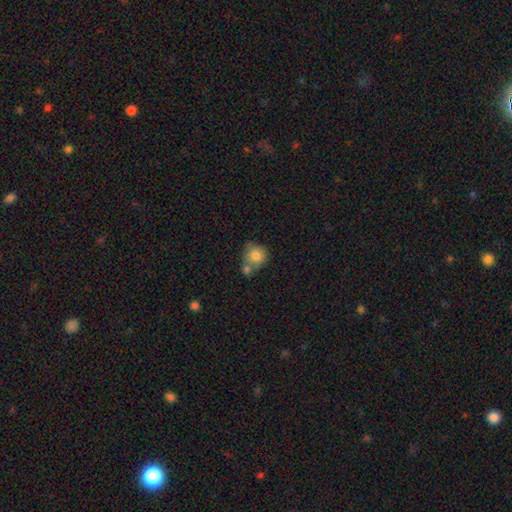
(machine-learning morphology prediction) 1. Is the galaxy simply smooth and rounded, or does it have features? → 80% smooth, 11% featured or disk, 9% star or artifact.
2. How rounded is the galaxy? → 82% round, 17% in between, 1% cigar-shaped.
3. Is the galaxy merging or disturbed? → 41% merger (tied), 41% none (tied), 14% minor disturbance, 5% major disturbance.